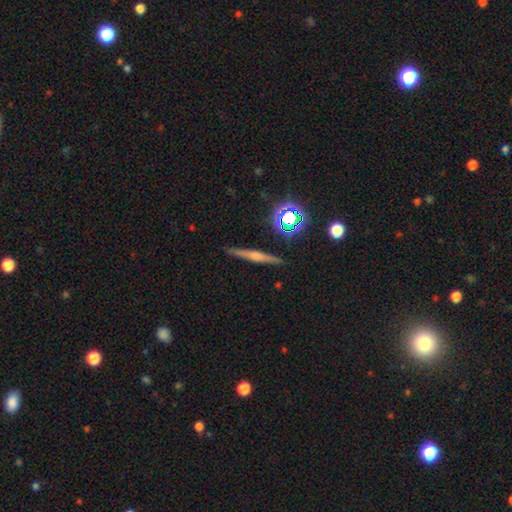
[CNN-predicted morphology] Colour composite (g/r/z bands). It shows a featured or disk galaxy (54%) viewed edge-on (97%) with a rounded central bulge (60%). Merging: none (90%).